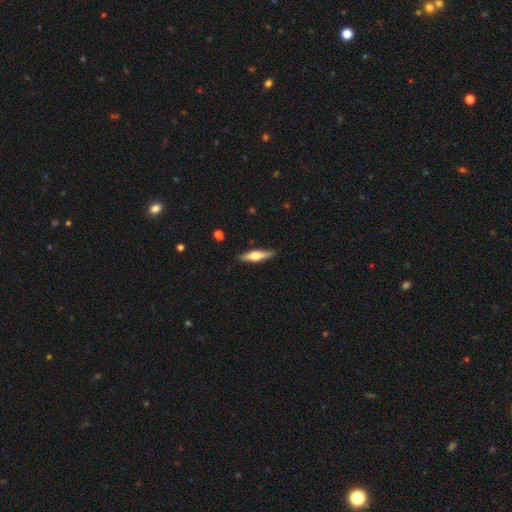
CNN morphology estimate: This appears to be a featured or disk galaxy (50%). Merging: none (89%).